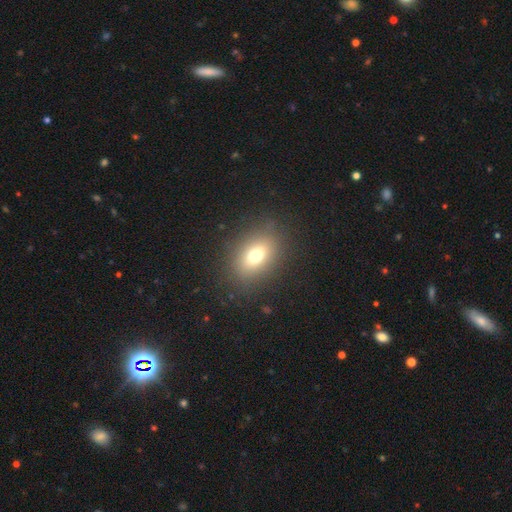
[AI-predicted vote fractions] This appears to be a smooth galaxy with no disk features (70%) that is in between round and cigar-shaped (70%). Merging: none (85%).